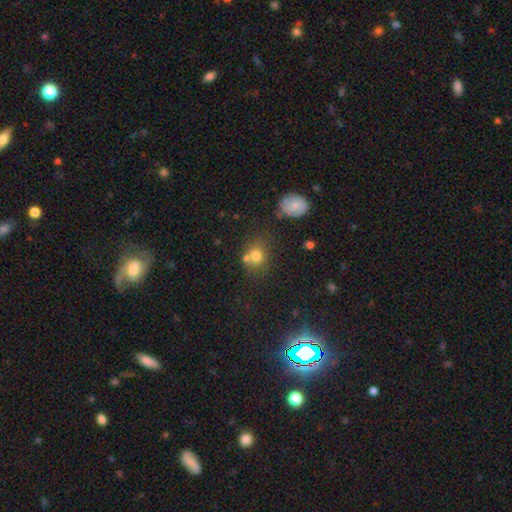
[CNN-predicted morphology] Smooth or featured: smooth — 73% (star or artifact — 15%)
How rounded: round — 69% (in between — 30%)
Merging: none — 56% (merger — 26%)